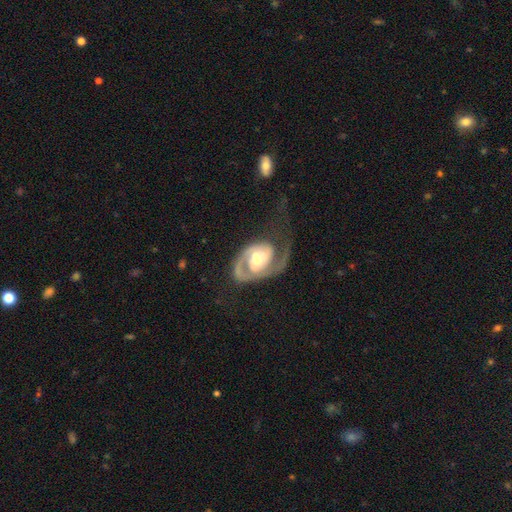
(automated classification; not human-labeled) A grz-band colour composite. It shows a featured or disk galaxy (87%) with no bar (50%), 2 (48%) tight (42%) spiral arms (96%) and a moderate central bulge (55%). Merging: none (41%).